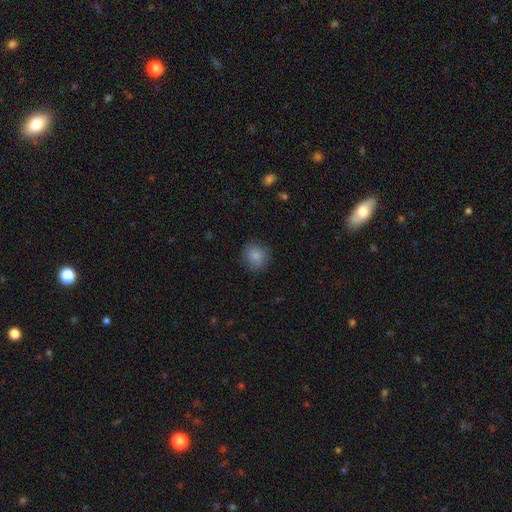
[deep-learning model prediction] Smooth or featured?
  - smooth: 86% *
  - star or artifact: 9%
  - featured or disk: 5%
How rounded?
  - round: 87% *
  - in between: 12%
  - cigar-shaped: 1%
Merging?
  - none: 85% *
  - minor disturbance: 11%
  - major disturbance: 3%
  - merger: 1%